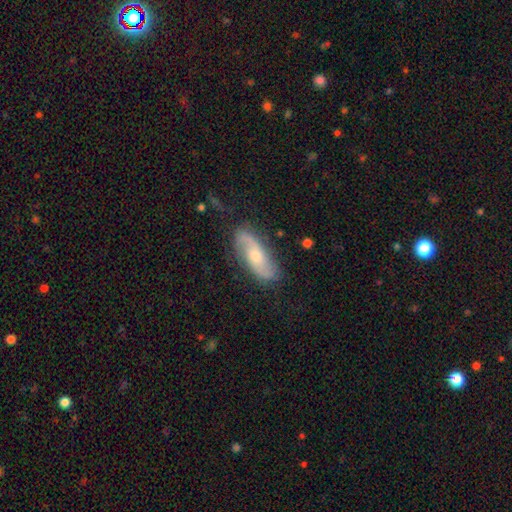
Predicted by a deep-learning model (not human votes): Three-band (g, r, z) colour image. It shows a featured or disk galaxy (69%) with no bar (60%), 2 (87%) loose (51%) spiral arms (91%) and a moderate central bulge (56%). Merging: none (77%).